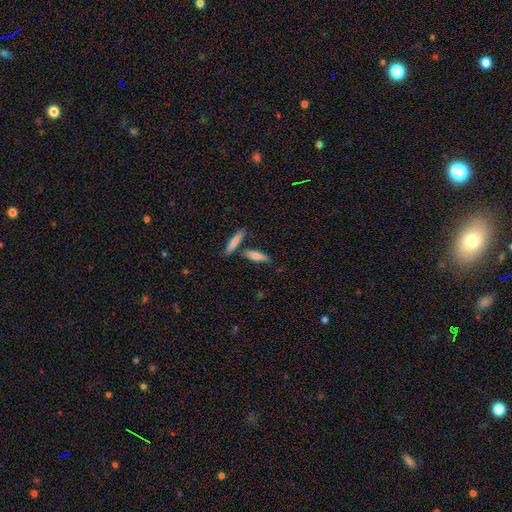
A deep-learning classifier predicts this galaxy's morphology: The model was most divided on "smooth or featured": smooth: 67%, featured or disk: 26%, star or artifact: 7%. More confident: how rounded — cigar-shaped (69%); merging — none (68%).